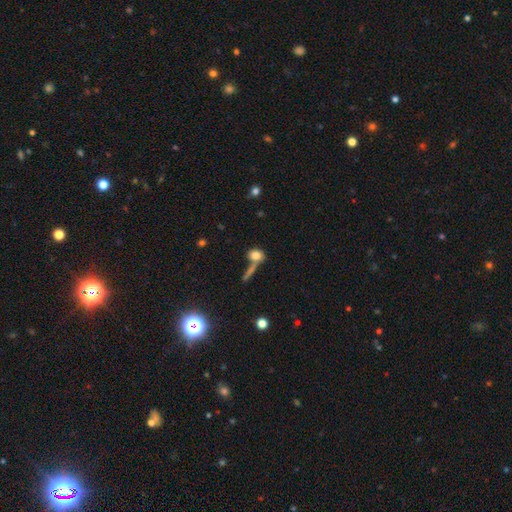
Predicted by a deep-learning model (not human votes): Q: Smooth or featured?
A: smooth (75%); runner-up: featured or disk (13%)
Q: How rounded?
A: in between (47%); runner-up: round (45%)
Q: Merging?
A: none (47%); runner-up: merger (32%)